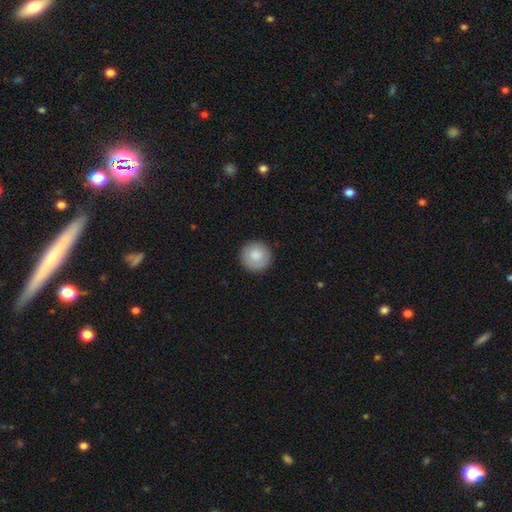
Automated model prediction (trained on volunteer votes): Smooth or featured? smooth (83%)
How rounded? round (96%)
Merging? none (90%)